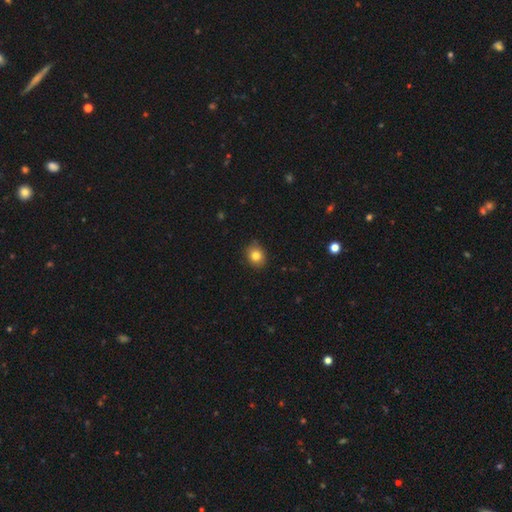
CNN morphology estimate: type=smooth (82%); roundness=round (58%); merging=none (84%).